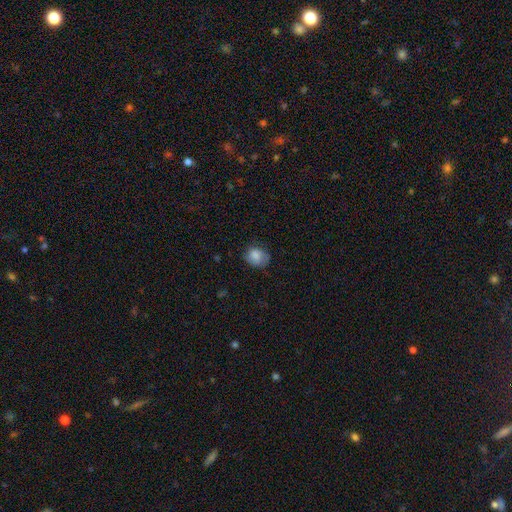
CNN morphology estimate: The model was most divided on "how rounded": round: 59%, in between: 41%, cigar-shaped: 1%. More confident: smooth or featured — smooth (83%); merging — none (63%).